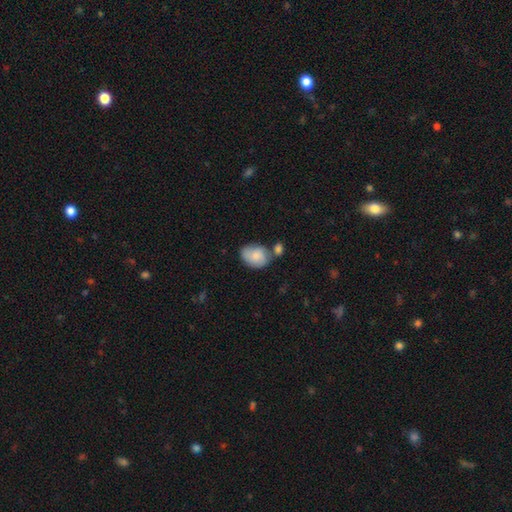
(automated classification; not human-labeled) Smooth or featured? Predicted: smooth (p=0.80). How rounded? Predicted: in between (p=0.73). Merging? Predicted: none (p=0.48).